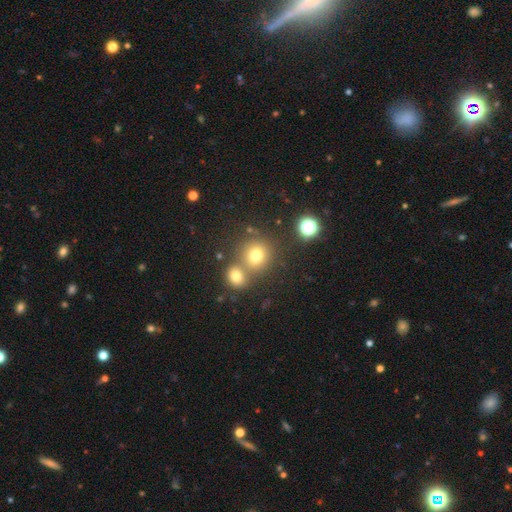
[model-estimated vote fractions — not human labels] A smooth galaxy with no disk features (74%) that is round (85%). Merging: none (57%).